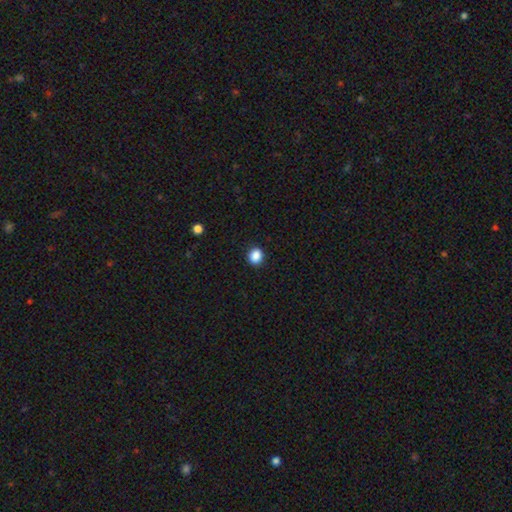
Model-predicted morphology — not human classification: Smooth or featured? smooth (88%)
How rounded? round (67%)
Merging? none (90%)